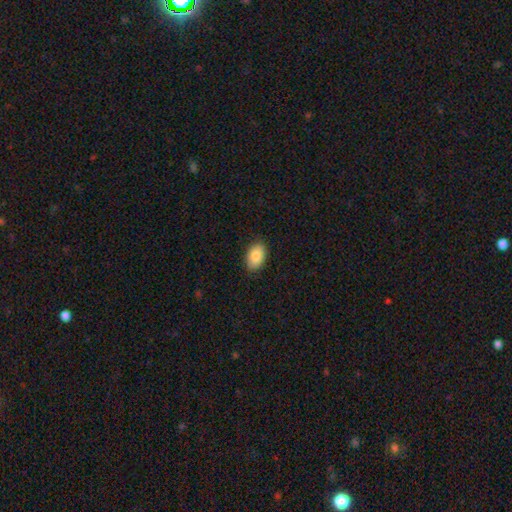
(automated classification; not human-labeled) This is clearly a smooth galaxy (86%). How rounded: clearly in between (91%). Merging: clearly none (88%).